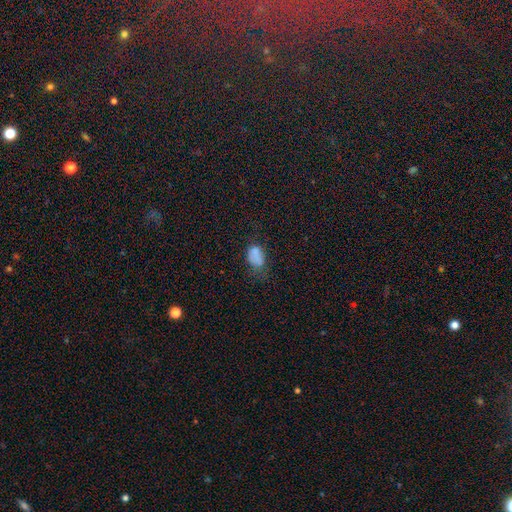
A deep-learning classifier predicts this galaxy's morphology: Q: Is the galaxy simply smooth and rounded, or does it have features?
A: smooth — 76%.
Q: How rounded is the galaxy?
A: in between — 85%.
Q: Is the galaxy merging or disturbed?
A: none — 40%.